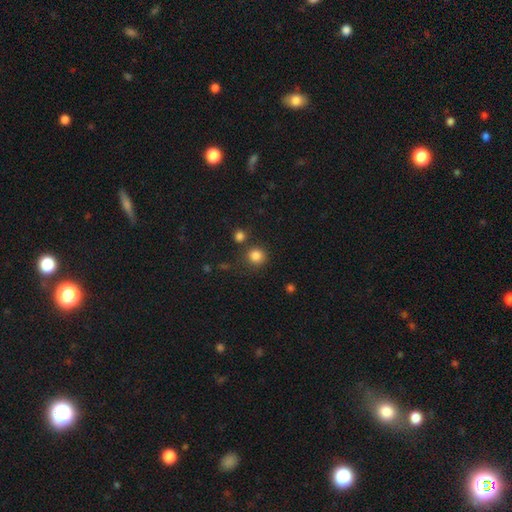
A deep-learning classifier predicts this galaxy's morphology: Smooth or featured? smooth (84%)
How rounded? round (92%)
Merging? none (79%)